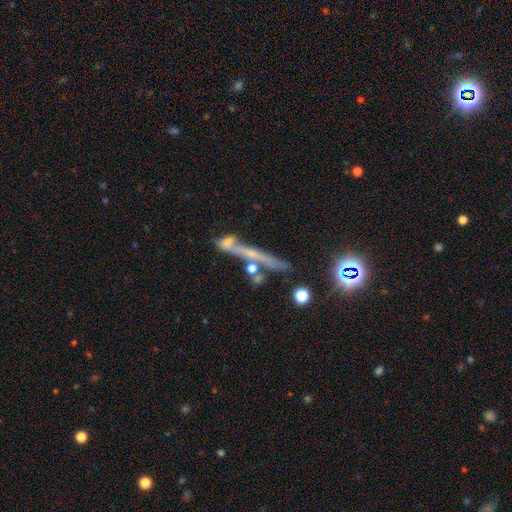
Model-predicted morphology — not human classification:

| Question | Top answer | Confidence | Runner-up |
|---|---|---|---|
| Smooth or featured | featured or disk | 51% | smooth (34%) |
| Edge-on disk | yes | 83% | no (17%) |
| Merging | none | 54% | merger (24%) |